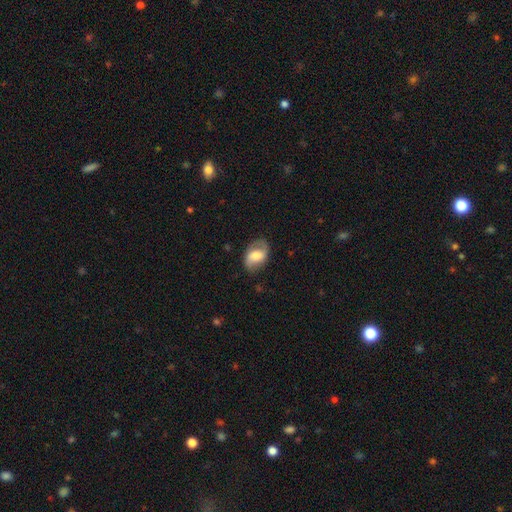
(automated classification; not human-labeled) Morphology: type=featured or disk (47%); merging=none (72%).